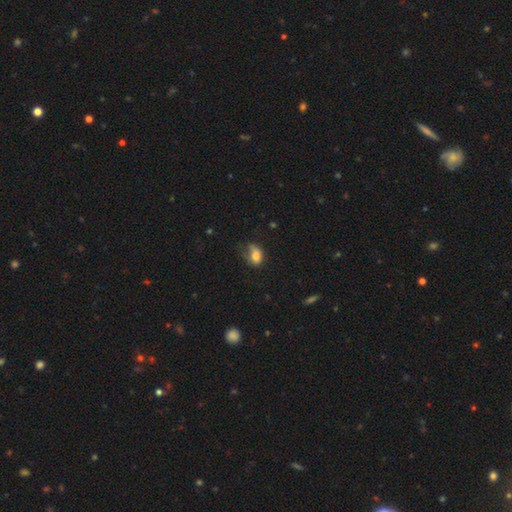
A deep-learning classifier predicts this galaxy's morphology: smooth 77%, featured or disk 14%, star or artifact 9%. Down the decision tree: how rounded — in between (77%); merging — minor disturbance (37%).